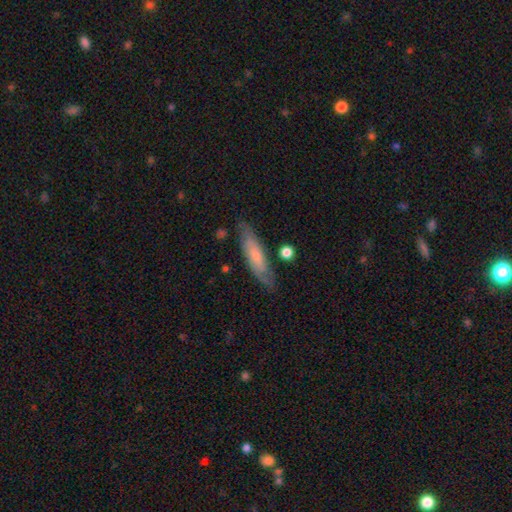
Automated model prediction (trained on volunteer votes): Smooth or featured? featured or disk (47%, tied with smooth)
Merging? none (76%)